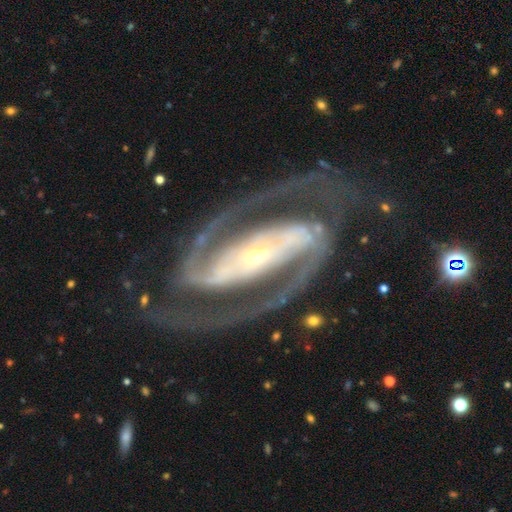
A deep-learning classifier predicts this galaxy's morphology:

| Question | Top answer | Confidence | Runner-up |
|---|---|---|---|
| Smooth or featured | featured or disk | 93% | star or artifact (4%) |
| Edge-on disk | no | 97% | yes (3%) |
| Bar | strong | 67% | weak (17%) |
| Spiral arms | yes | 98% | no (2%) |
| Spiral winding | medium | 52% | tight (39%) |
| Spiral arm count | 2 | 93% | 3 (2%) |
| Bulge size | small | 71% | moderate (23%) |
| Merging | none | 79% | minor disturbance (12%) |